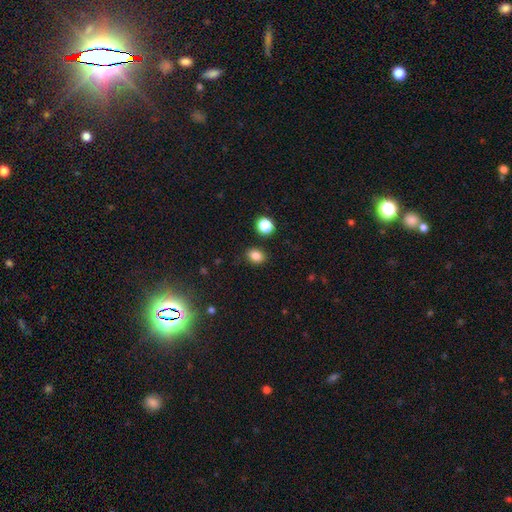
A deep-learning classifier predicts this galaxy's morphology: smooth_or_featured: smooth (p=0.83) [alt: star or artifact p=0.12]
how_rounded: in between (p=0.56) [alt: round p=0.43]
merging: none (p=0.84) [alt: minor disturbance p=0.09]